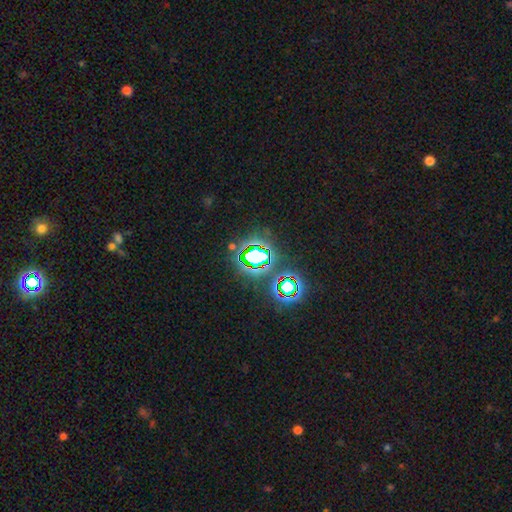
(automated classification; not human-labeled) A star or artifact, not a galaxy (70%).